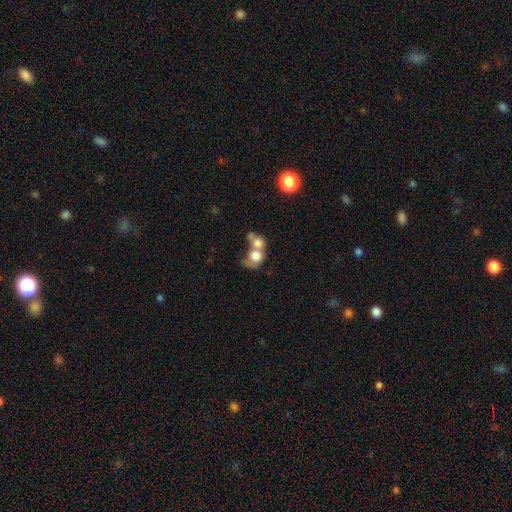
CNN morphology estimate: A smooth galaxy with no disk features (72%) that is round (63%). Merging: merger (70%).